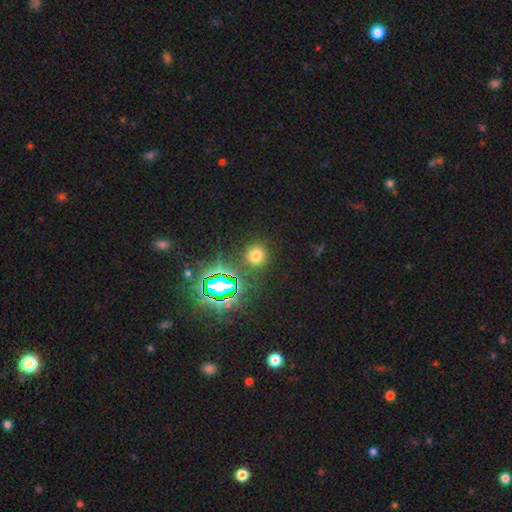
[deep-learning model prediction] Overall: smooth (63%; star or artifact 29%). How rounded: round (92%). Merging: none (86%).